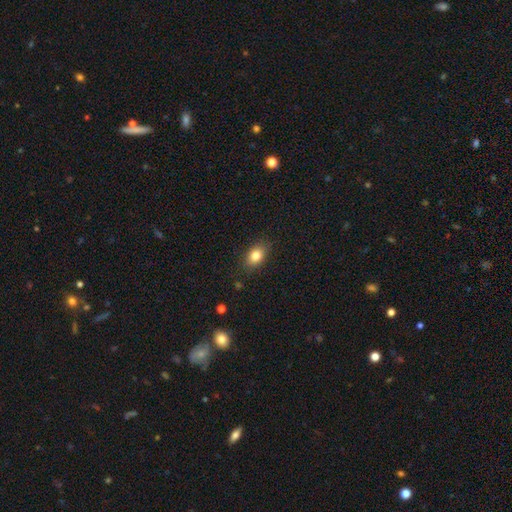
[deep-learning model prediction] Smooth or featured? Predicted: smooth (p=0.81). How rounded? Predicted: in between (p=0.78). Merging? Predicted: none (p=0.84).